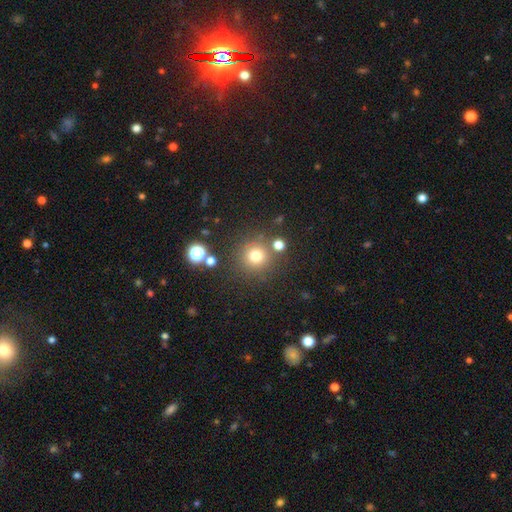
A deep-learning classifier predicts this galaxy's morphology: A smooth galaxy with no disk features (75%) that is round (95%). Merging: none (82%).